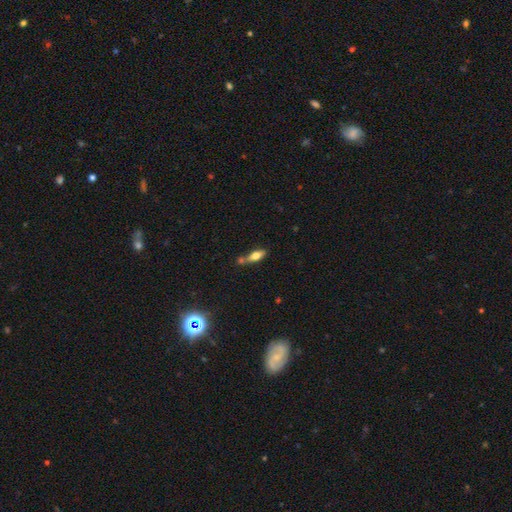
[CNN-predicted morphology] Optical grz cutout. It shows a smooth galaxy with no disk features (58%) that is in between round and cigar-shaped (59%). Merging: none (56%).